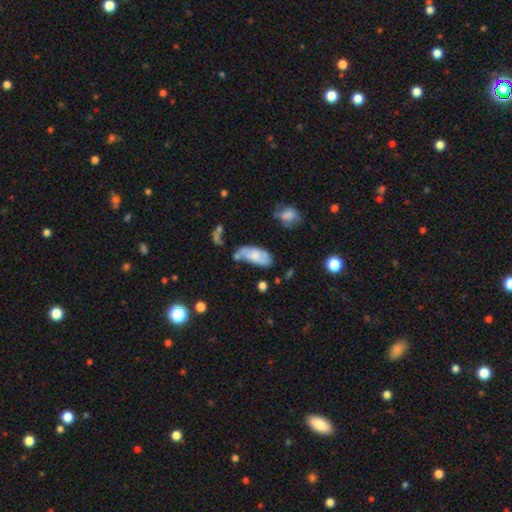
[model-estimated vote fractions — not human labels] This is possibly a smooth galaxy (57%). How rounded: clearly in between (88%). Merging: marginally none (38%).